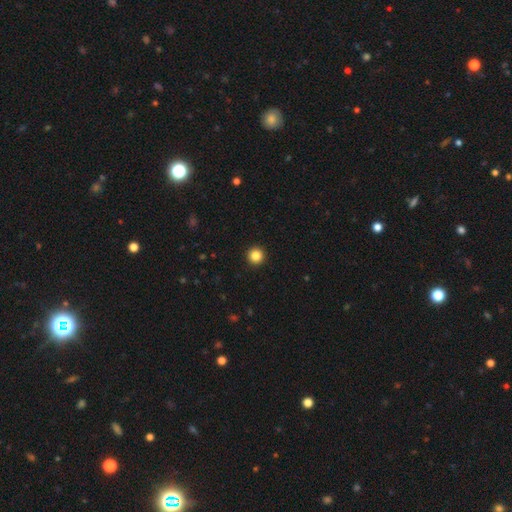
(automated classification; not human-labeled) Smooth or featured? smooth (85%)
How rounded? round (96%)
Merging? none (94%)